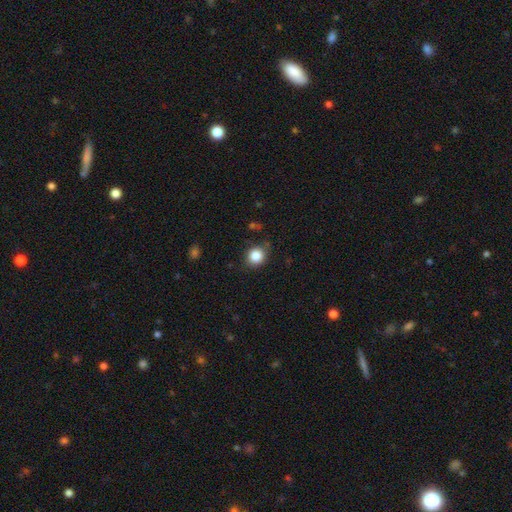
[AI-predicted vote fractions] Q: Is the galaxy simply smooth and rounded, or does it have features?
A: smooth — 85%.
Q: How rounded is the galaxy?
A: round — 85%.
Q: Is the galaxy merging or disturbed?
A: none — 82%.